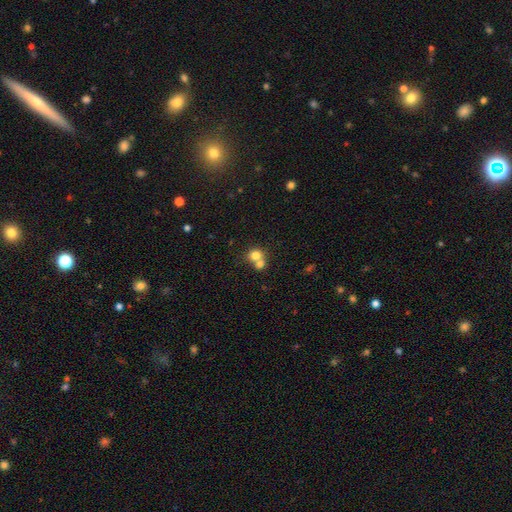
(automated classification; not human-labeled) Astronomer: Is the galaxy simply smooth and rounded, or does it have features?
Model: smooth — 76%.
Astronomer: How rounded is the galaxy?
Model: round — 78%.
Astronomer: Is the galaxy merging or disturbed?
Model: merger — 57% (runner-up: none, 35%).